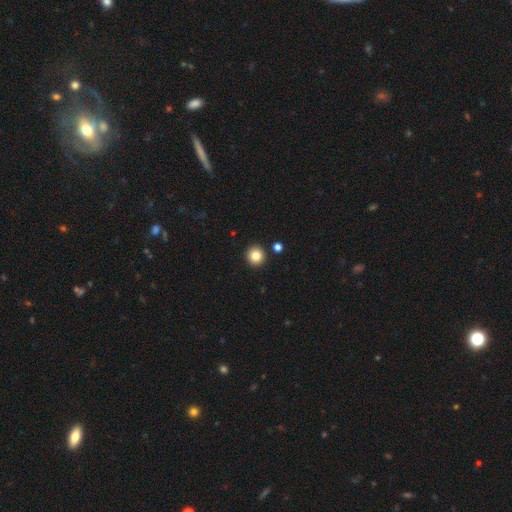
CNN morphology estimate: smooth_or_featured: smooth (p=0.84) [alt: star or artifact p=0.10]
how_rounded: round (p=0.93) [alt: in between p=0.06]
merging: none (p=0.91) [alt: minor disturbance p=0.05]